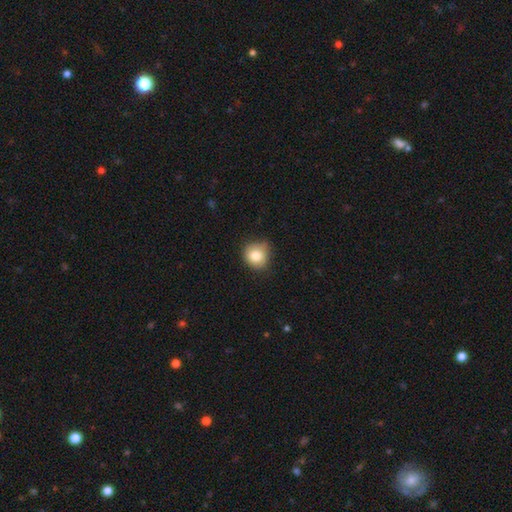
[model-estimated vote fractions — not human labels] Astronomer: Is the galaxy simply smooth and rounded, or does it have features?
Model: smooth — 82%.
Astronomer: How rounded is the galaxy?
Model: round — 84%.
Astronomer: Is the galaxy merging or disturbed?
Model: none — 67%.